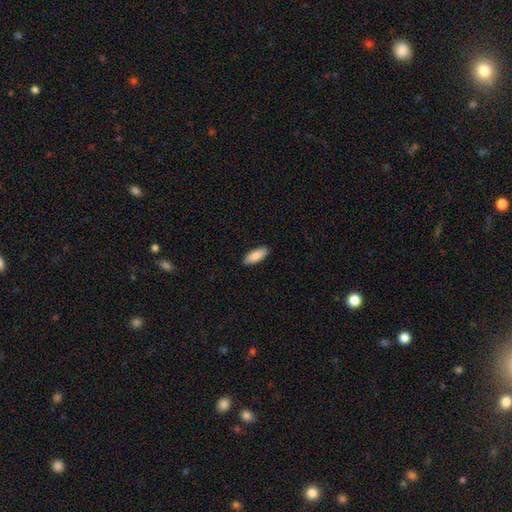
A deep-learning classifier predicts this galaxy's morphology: Smooth or featured? smooth (89%)
How rounded? in between (72%)
Merging? none (90%)